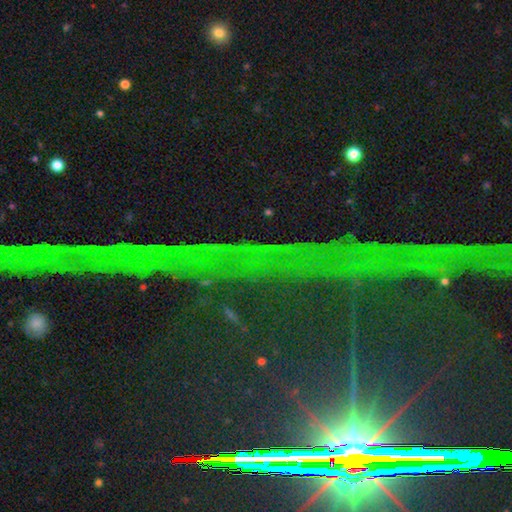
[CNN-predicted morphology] The model was most divided on "smooth or featured": star or artifact: 82%, featured or disk: 10%, smooth: 9%.